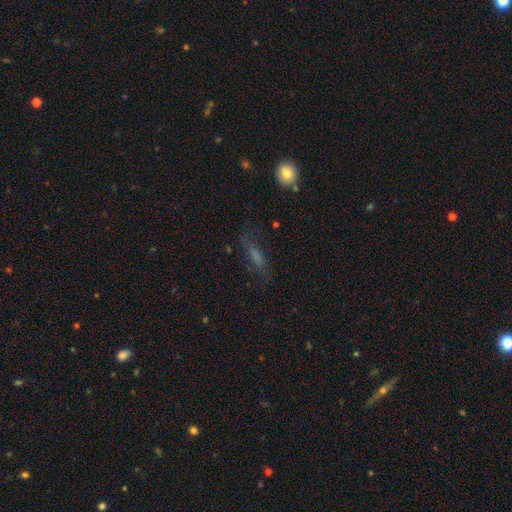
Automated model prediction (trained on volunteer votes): Overall: featured or disk (41%; smooth 39%). Merging: none (67%).